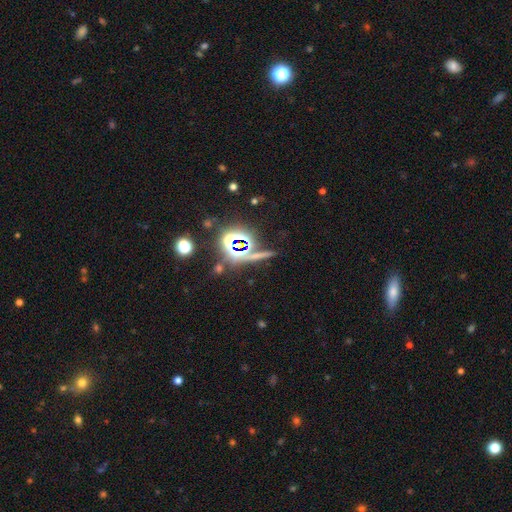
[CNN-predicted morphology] smooth-or-featured: star or artifact: 58% | smooth: 24% | featured or disk: 18%